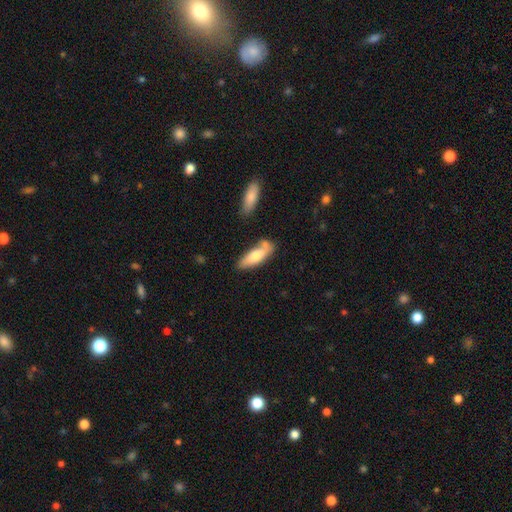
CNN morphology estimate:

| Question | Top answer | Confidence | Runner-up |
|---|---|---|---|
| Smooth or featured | smooth | 69% | featured or disk (25%) |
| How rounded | in between | 57% | cigar-shaped (41%) |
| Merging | none | 61% | minor disturbance (21%) |